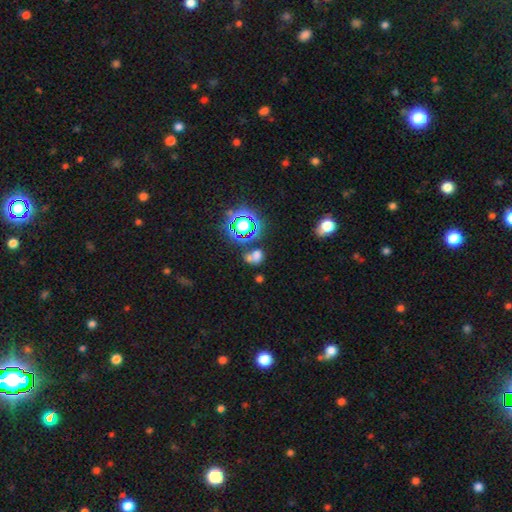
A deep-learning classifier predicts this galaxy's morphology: This is possibly a smooth galaxy (50%). Merging: marginally merger (39%).